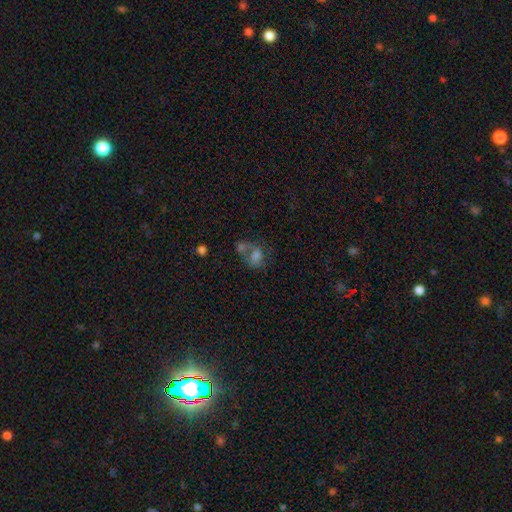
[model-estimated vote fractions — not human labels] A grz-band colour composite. It shows a smooth galaxy with no disk features (51%) that is in between round and cigar-shaped (54%). Merging: merger (49%).